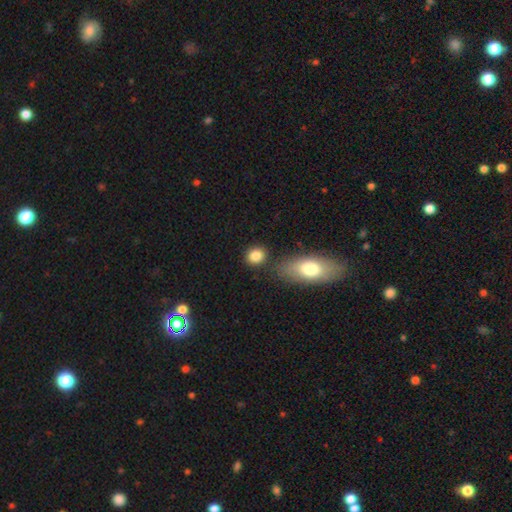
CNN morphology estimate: smooth-or-featured: smooth: 85% | star or artifact: 9% | featured or disk: 5%
  how-rounded: round: 69% | in between: 29% | cigar-shaped: 2%
  merging: none: 78% | minor disturbance: 10% | merger: 8% | major disturbance: 4%